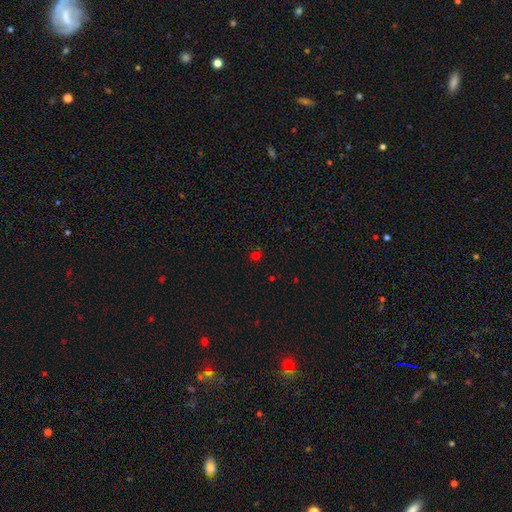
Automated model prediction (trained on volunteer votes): Morphology: type=smooth (60%); roundness=round (84%); merging=none (78%).